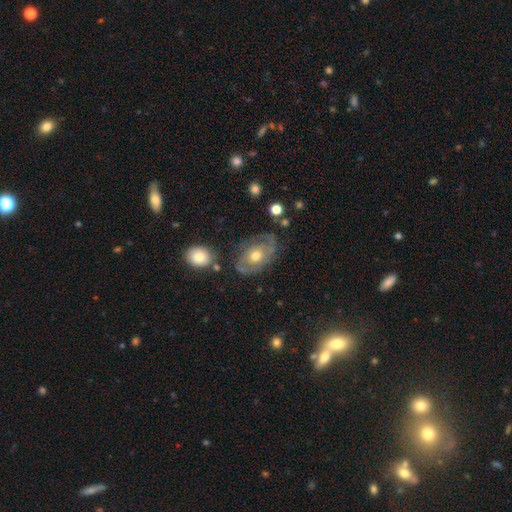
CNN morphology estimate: The model was most divided on "spiral winding": tight: 51%, medium: 35%, loose: 14%. More confident: edge-on disk — no (95%); spiral arms — yes (81%); bar — no (78%); bulge size — moderate (75%); smooth or featured — featured or disk (74%); merging — none (68%); spiral arm count — 2 (56%).